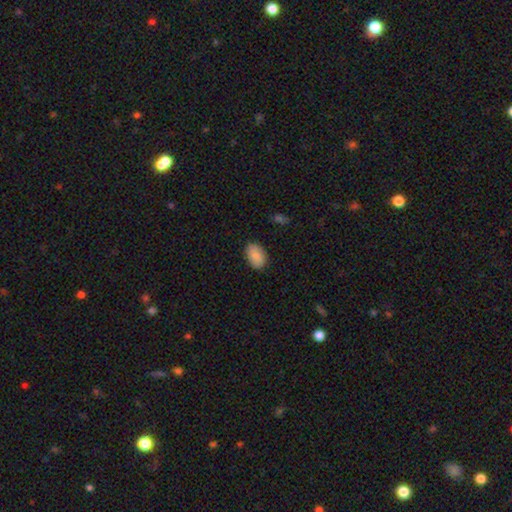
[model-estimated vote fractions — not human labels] smooth_or_featured: smooth (p=0.86) [alt: featured or disk p=0.07]
how_rounded: in between (p=0.87) [alt: round p=0.12]
merging: none (p=0.85) [alt: minor disturbance p=0.11]